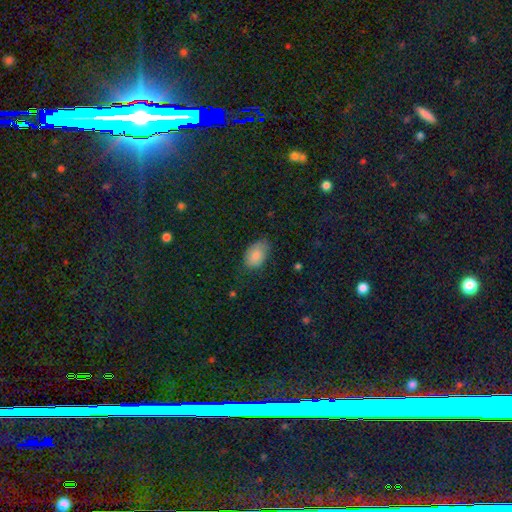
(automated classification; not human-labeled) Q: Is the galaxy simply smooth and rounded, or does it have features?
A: smooth — 85%.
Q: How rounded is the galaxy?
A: in between — 89%.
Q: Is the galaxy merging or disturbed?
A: none — 64%.